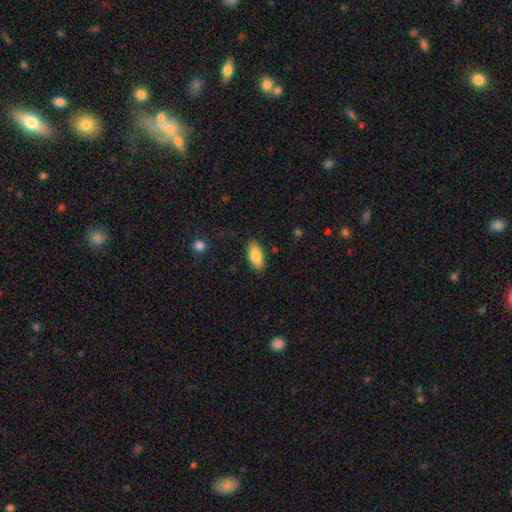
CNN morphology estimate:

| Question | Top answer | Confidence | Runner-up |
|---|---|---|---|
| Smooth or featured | smooth | 84% | featured or disk (10%) |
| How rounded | in between | 89% | cigar-shaped (9%) |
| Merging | none | 86% | minor disturbance (10%) |